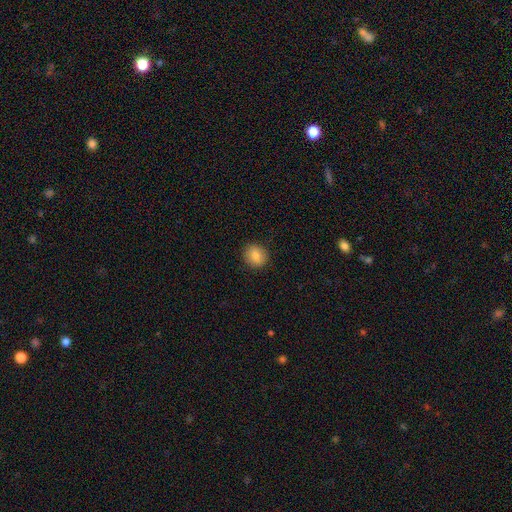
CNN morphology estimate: Smooth or featured?
  - smooth: 84% *
  - star or artifact: 9%
  - featured or disk: 7%
How rounded?
  - round: 78% *
  - in between: 21%
  - cigar-shaped: 1%
Merging?
  - none: 90% *
  - minor disturbance: 7%
  - major disturbance: 2%
  - merger: 1%